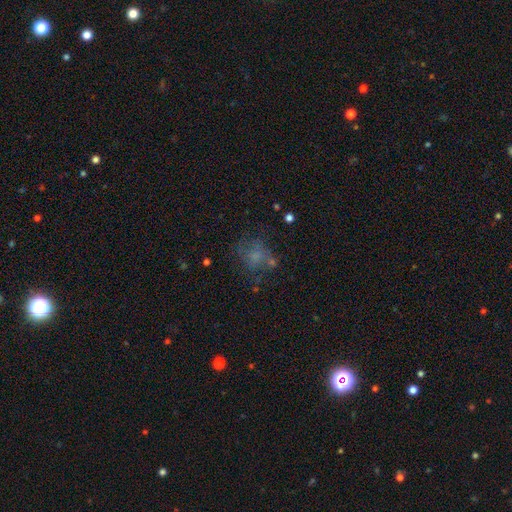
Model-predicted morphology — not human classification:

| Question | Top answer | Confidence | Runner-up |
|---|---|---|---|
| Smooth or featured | smooth | 52% | featured or disk (29%) |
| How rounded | round | 65% | in between (33%) |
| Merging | none | 49% | major disturbance (22%) |